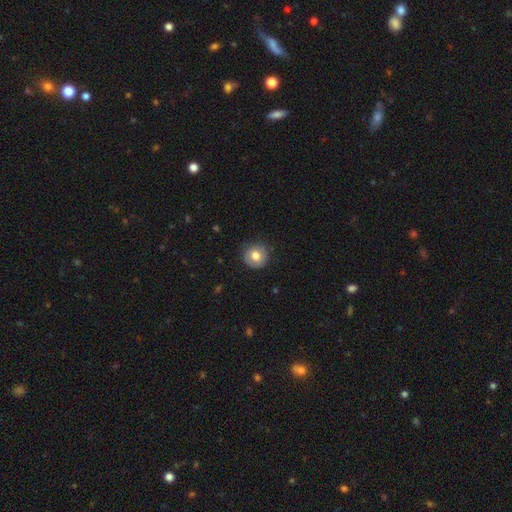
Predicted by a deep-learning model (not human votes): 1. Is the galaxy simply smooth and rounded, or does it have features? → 75% smooth, 16% featured or disk, 8% star or artifact.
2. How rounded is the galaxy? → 92% round, 7% in between, 1% cigar-shaped.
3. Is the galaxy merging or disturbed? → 84% none, 12% minor disturbance, 3% major disturbance, 1% merger.